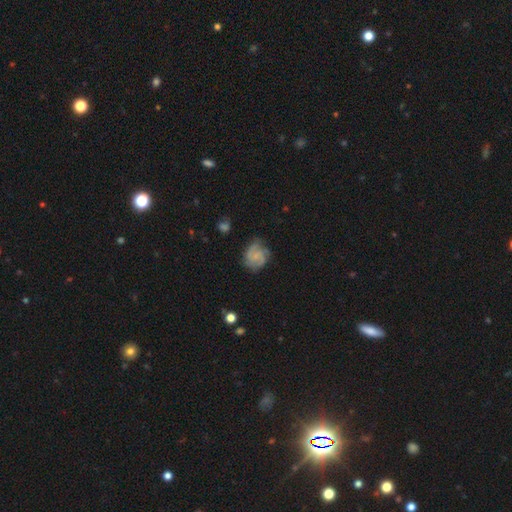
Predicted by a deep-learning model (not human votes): This appears to be a featured or disk galaxy (72%) with no bar (64%), 2 (40%) tight (48%) spiral arms (94%) and a small central bulge (54%). Merging: none (65%).